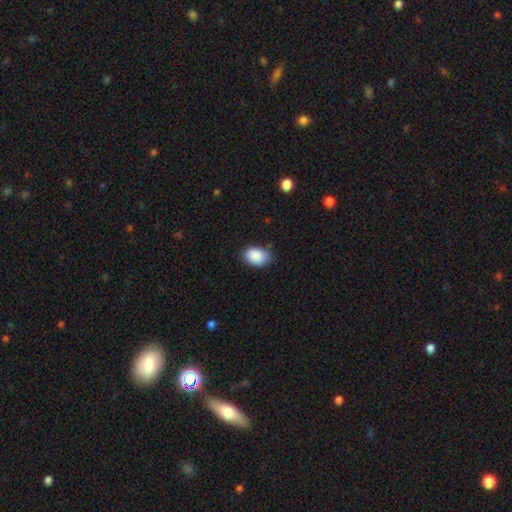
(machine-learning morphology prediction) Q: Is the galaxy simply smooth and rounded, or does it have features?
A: smooth — 89%.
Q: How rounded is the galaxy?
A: in between — 84%.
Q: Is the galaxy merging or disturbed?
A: none — 77%.